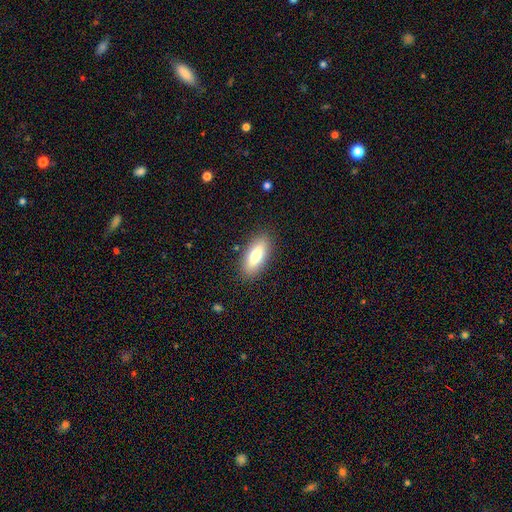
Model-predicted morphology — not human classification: The model was most divided on "how rounded": in between: 73%, cigar-shaped: 24%, round: 2%. More confident: merging — none (87%); smooth or featured — smooth (73%).